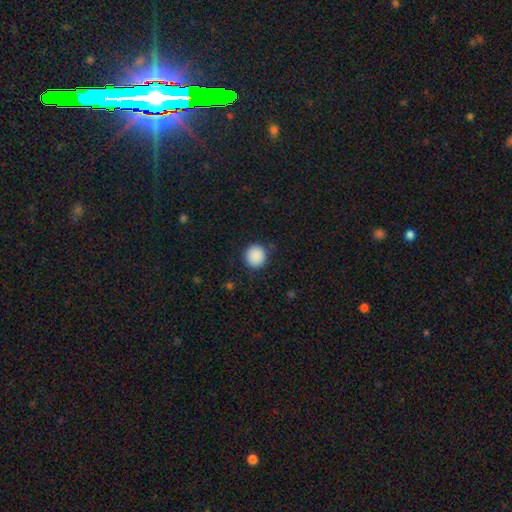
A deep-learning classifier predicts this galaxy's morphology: Smooth or featured?
  - smooth: 89% *
  - star or artifact: 8%
  - featured or disk: 2%
How rounded?
  - round: 90% *
  - in between: 9%
  - cigar-shaped: 1%
Merging?
  - none: 89% *
  - minor disturbance: 7%
  - major disturbance: 3%
  - merger: 1%